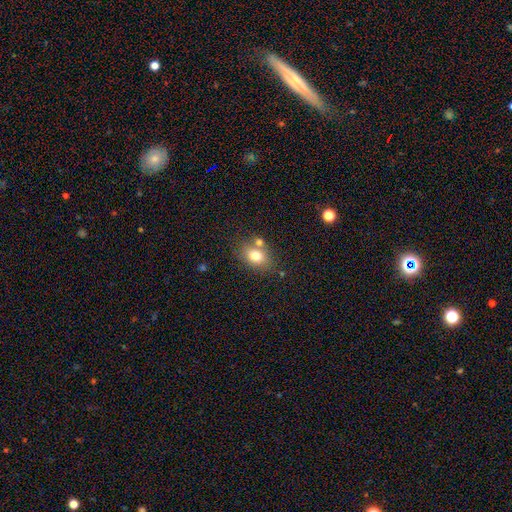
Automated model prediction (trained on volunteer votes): A smooth galaxy with no disk features (76%) that is in between round and cigar-shaped (66%).

Vote fractions:
- Smooth or featured? smooth: 76% / featured or disk: 14% / star or artifact: 11%
- How rounded? in between: 66% / round: 33% / cigar-shaped: 1%
- Merging? none: 65% / merger: 17% / minor disturbance: 14% / major disturbance: 4%